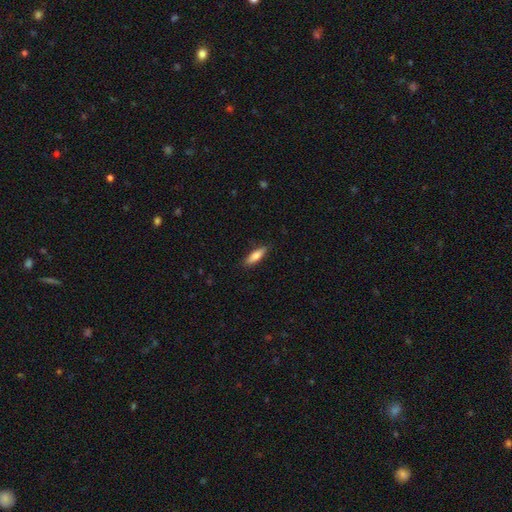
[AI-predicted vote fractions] smooth_or_featured: smooth (p=0.77) [alt: featured or disk p=0.17]
how_rounded: cigar-shaped (p=0.56) [alt: in between p=0.42]
merging: none (p=0.86) [alt: minor disturbance p=0.11]